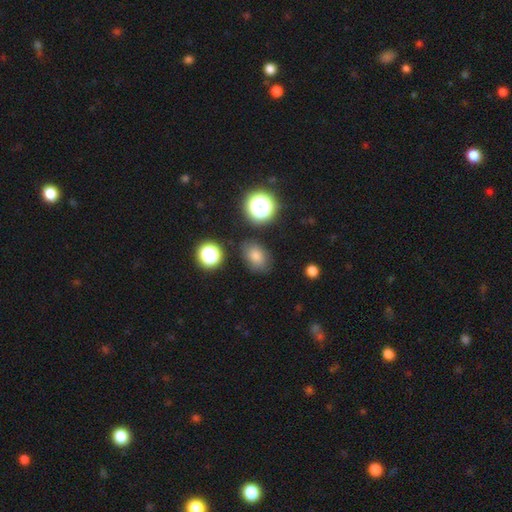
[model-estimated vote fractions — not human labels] A smooth galaxy with no disk features (74%) that is in between round and cigar-shaped (70%).

Vote fractions:
- Smooth or featured? smooth: 74% / star or artifact: 18% / featured or disk: 8%
- How rounded? in between: 70% / round: 29% / cigar-shaped: 1%
- Merging? none: 81% / minor disturbance: 12% / major disturbance: 4% / merger: 3%